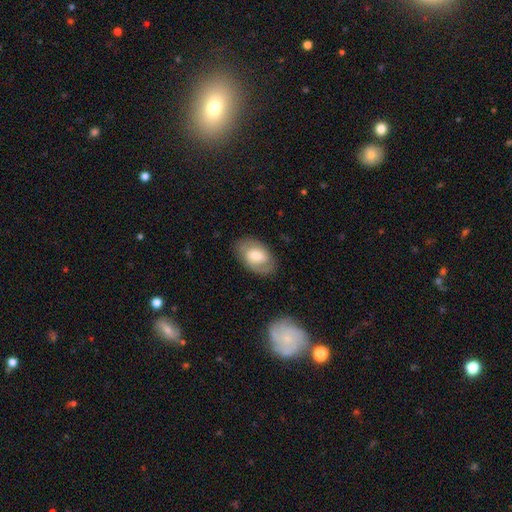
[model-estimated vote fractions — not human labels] This is possibly a smooth galaxy (53%). How rounded: clearly in between (90%). Merging: likely none (76%).